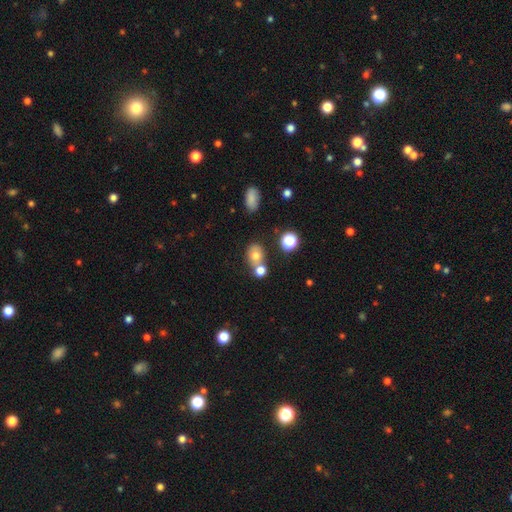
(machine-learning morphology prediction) smooth_or_featured: smooth (p=0.72) [alt: star or artifact p=0.15]
how_rounded: round (p=0.53) [alt: in between p=0.46]
merging: none (p=0.52) [alt: merger p=0.32]